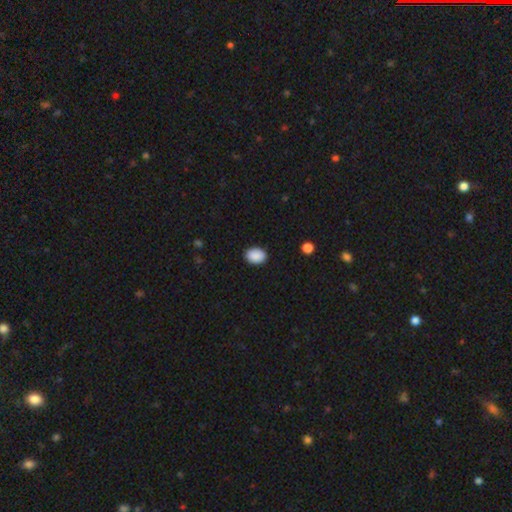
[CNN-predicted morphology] A smooth galaxy with no disk features (90%) that is in between round and cigar-shaped (73%). Merging: none (89%).